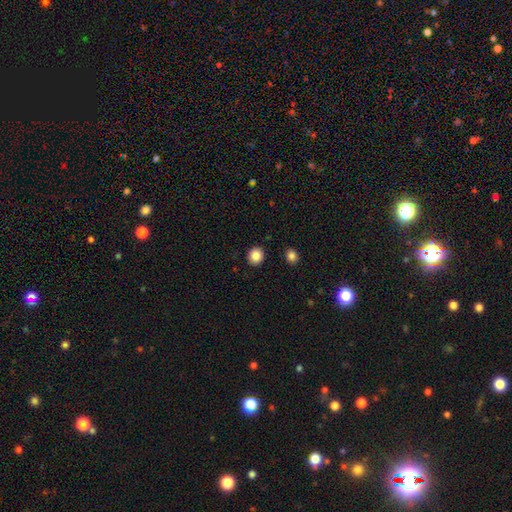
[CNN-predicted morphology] This is clearly a smooth galaxy (86%). How rounded: clearly round (83%). Merging: clearly none (91%).